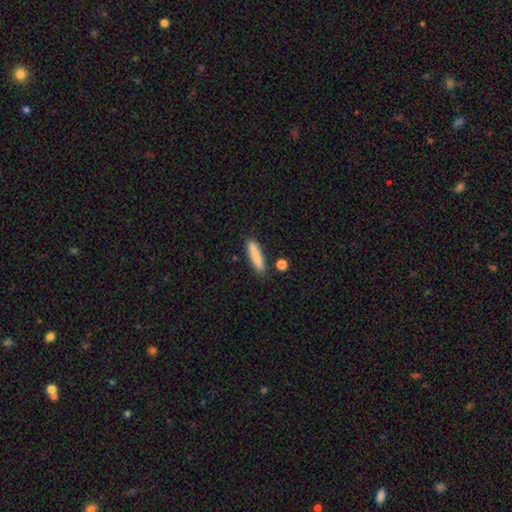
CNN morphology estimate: Overall: smooth (83%). How rounded: cigar-shaped (82%). Merging: none (84%).